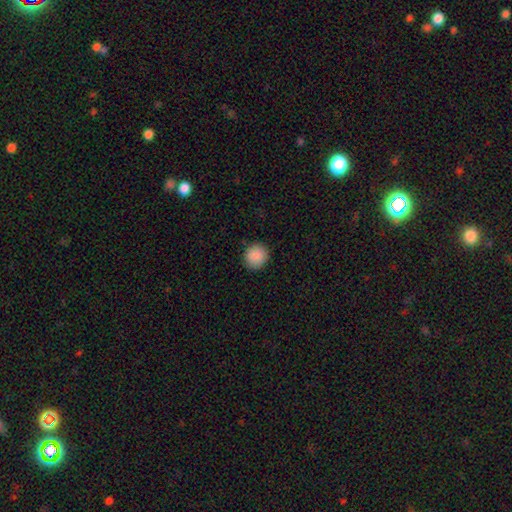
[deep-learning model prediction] A smooth galaxy with no disk features (89%) that is round (90%).

Vote fractions:
- Smooth or featured? smooth: 89% / star or artifact: 8% / featured or disk: 3%
- How rounded? round: 90% / in between: 9% / cigar-shaped: 1%
- Merging? none: 91% / minor disturbance: 6% / major disturbance: 2% / merger: 1%